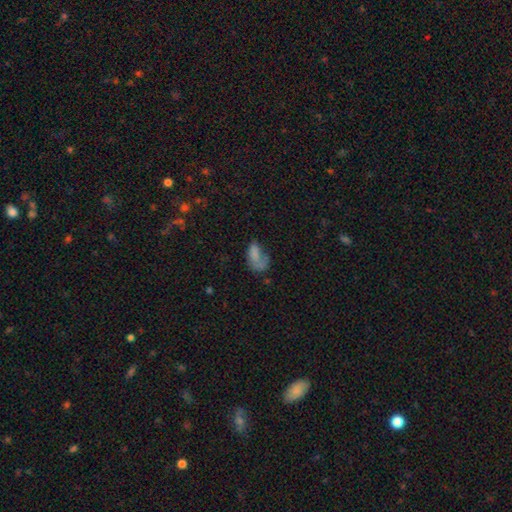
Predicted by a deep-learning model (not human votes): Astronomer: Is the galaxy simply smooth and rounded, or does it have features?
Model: smooth — 64%.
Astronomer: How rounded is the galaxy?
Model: in between — 90%.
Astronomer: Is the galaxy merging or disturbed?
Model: major disturbance — 42% (runner-up: none, 28%).